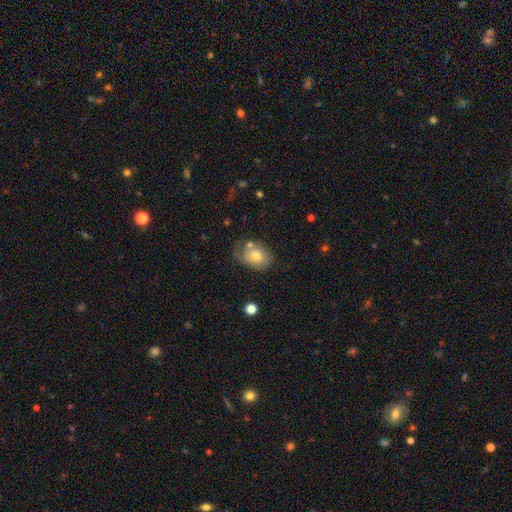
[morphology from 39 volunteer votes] A smooth galaxy with no disk features (79%) that is in between round and cigar-shaped (52%). Merging: none (42%).